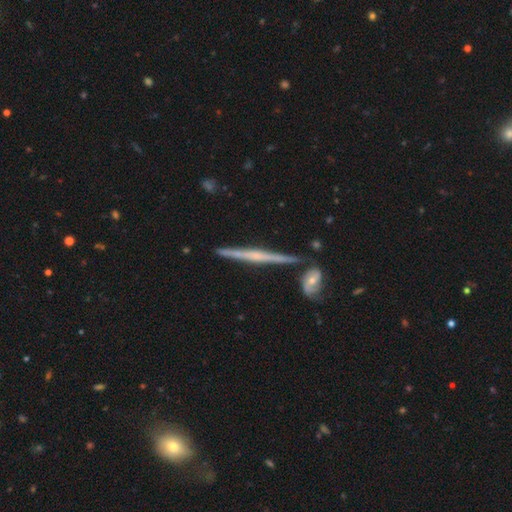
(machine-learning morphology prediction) featured or disk 75%, smooth 19%, star or artifact 6%. Down the decision tree: edge-on disk — yes (97%); edge-on bulge — none (43%); merging — none (82%).